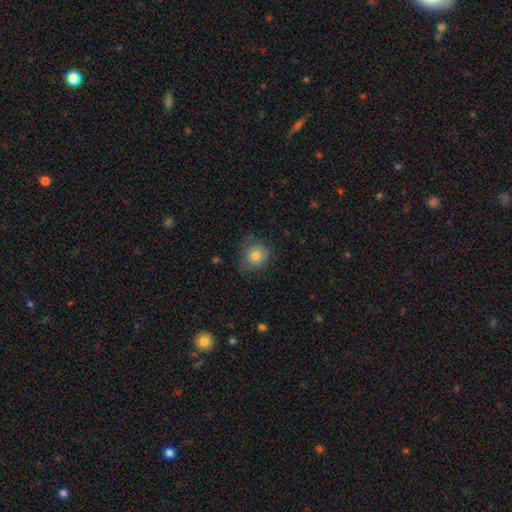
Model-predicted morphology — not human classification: type=smooth (78%); roundness=round (78%); merging=none (64%).